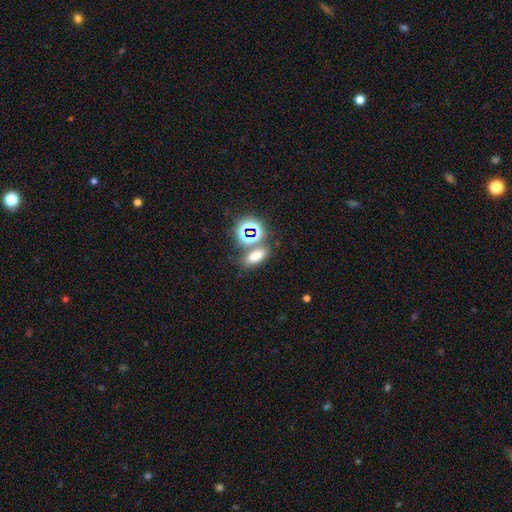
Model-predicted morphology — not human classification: Smooth or featured: smooth — 64% (star or artifact — 27%)
How rounded: in between — 71% (round — 21%)
Merging: none — 66% (merger — 20%)